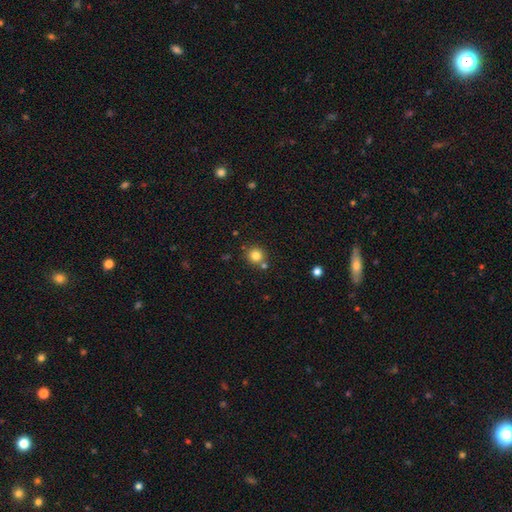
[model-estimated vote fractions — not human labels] smooth_or_featured: smooth (p=0.81) [alt: star or artifact p=0.13]
how_rounded: round (p=0.92) [alt: in between p=0.07]
merging: none (p=0.76) [alt: merger p=0.14]